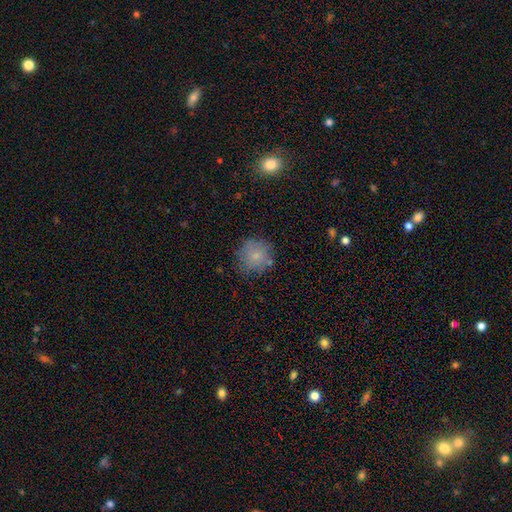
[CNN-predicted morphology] Q: Smooth or featured?
A: smooth (78%); runner-up: featured or disk (12%)
Q: How rounded?
A: round (90%); runner-up: in between (9%)
Q: Merging?
A: none (73%); runner-up: minor disturbance (17%)